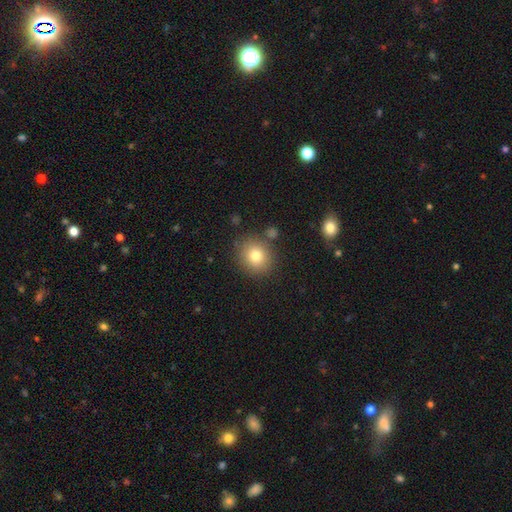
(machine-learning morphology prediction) The model was most divided on "how rounded": round: 79%, in between: 20%, cigar-shaped: 1%. More confident: merging — none (82%); smooth or featured — smooth (80%).